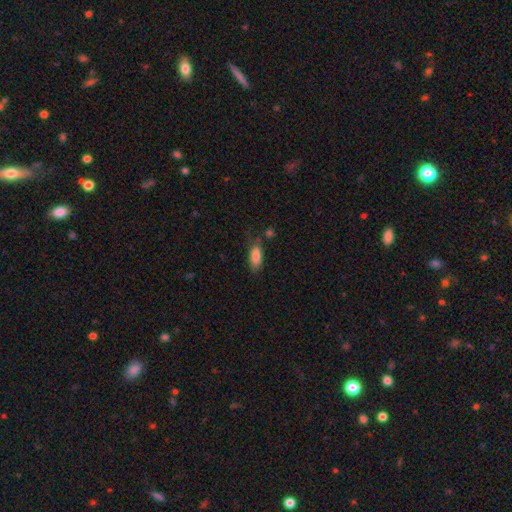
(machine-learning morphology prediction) Smooth or featured?
  - smooth: 83% *
  - featured or disk: 9%
  - star or artifact: 7%
How rounded?
  - in between: 81% *
  - cigar-shaped: 17%
  - round: 2%
Merging?
  - none: 58% *
  - minor disturbance: 27%
  - major disturbance: 9%
  - merger: 6%